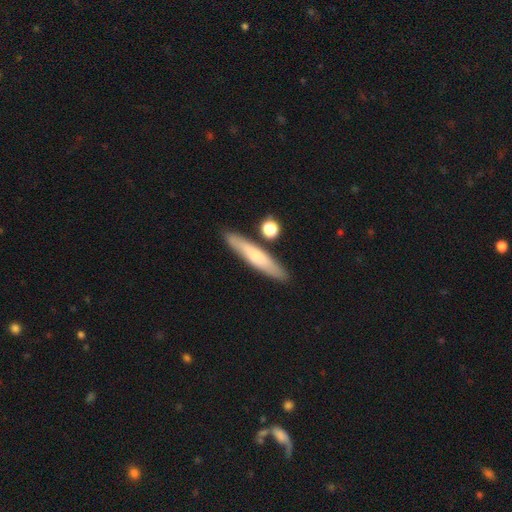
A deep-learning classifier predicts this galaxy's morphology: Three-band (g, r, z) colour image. It shows a smooth galaxy with no disk features (59%) that is cigar-shaped (90%). Merging: none (83%).